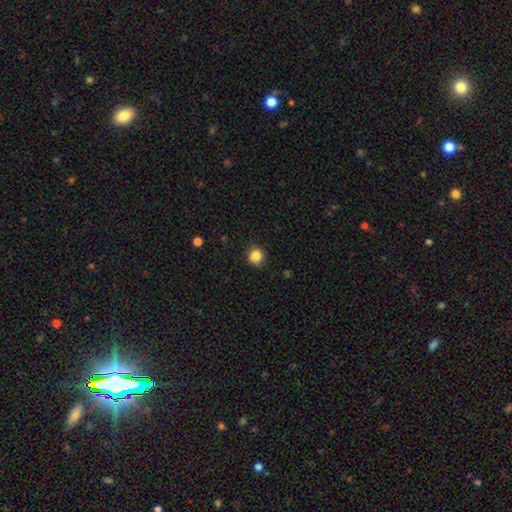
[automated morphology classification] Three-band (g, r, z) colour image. It shows a smooth galaxy with no disk features (85%) that is round (84%). Merging: none (83%).